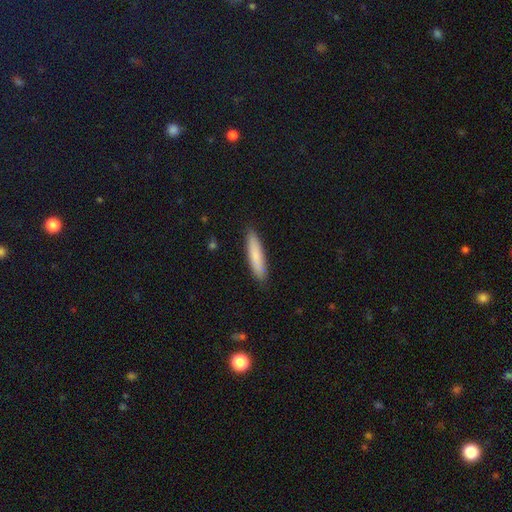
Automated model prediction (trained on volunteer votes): Smooth or featured? smooth (82%)
How rounded? cigar-shaped (86%)
Merging? none (89%)